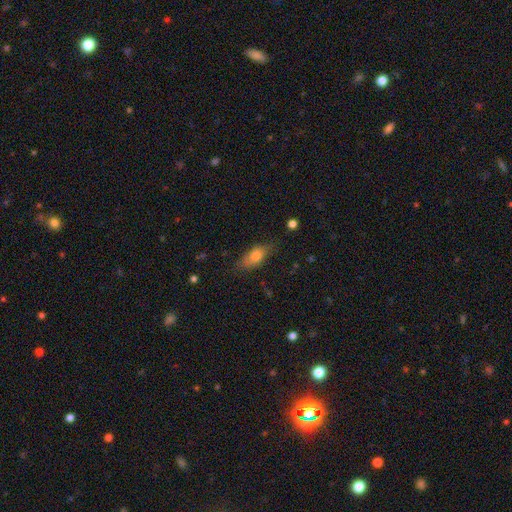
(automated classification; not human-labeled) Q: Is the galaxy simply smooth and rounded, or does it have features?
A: smooth — 75%.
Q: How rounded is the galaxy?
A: in between — 78%.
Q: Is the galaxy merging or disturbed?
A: none — 67%.